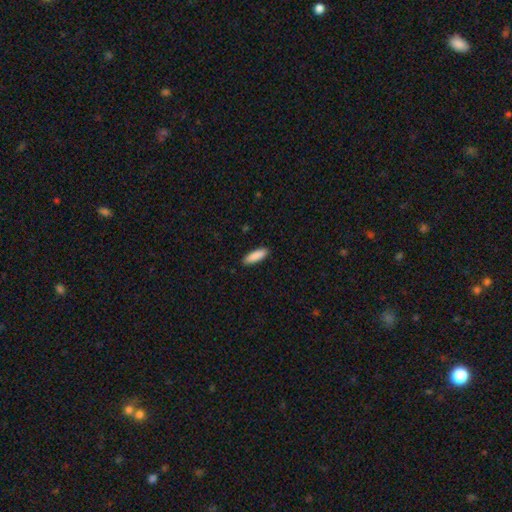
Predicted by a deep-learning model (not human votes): Smooth or featured? Predicted: smooth (p=0.89). How rounded? Predicted: in between (p=0.50). Merging? Predicted: none (p=0.89).